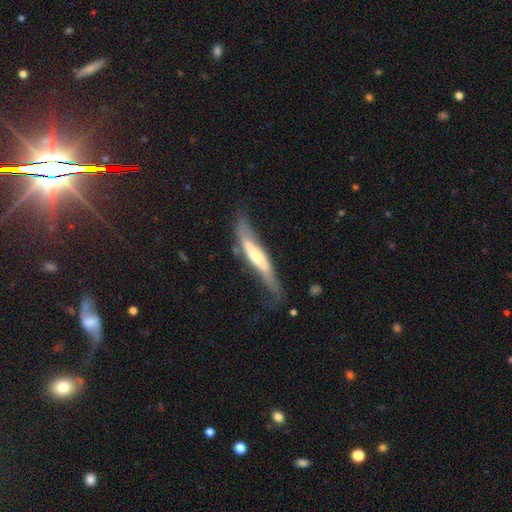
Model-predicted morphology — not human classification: smooth_or_featured: featured or disk (p=0.55) [alt: smooth p=0.40]
disk_edge_on: yes (p=0.74) [alt: no p=0.26]
merging: none (p=0.52) [alt: minor disturbance p=0.29]